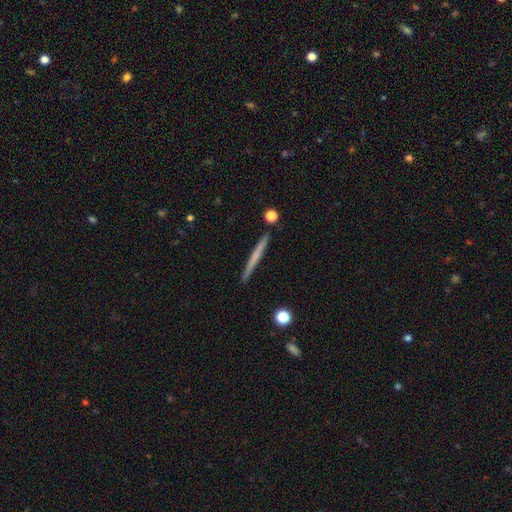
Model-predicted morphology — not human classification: A smooth galaxy with no disk features (47%, tied with featured or disk). Merging: none (91%).